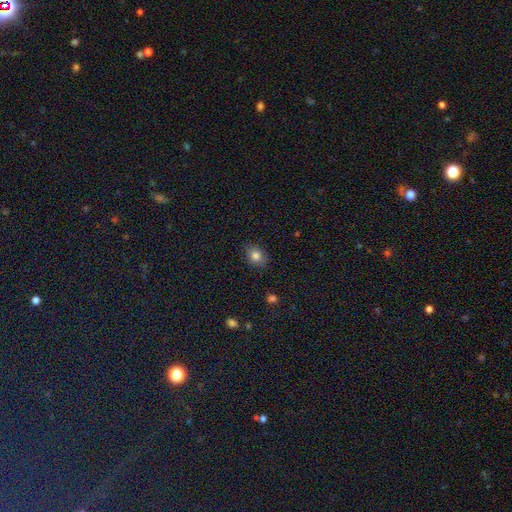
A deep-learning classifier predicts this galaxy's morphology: smooth_or_featured: smooth (p=0.81) [alt: star or artifact p=0.11]
how_rounded: in between (p=0.57) [alt: round p=0.42]
merging: none (p=0.86) [alt: minor disturbance p=0.11]